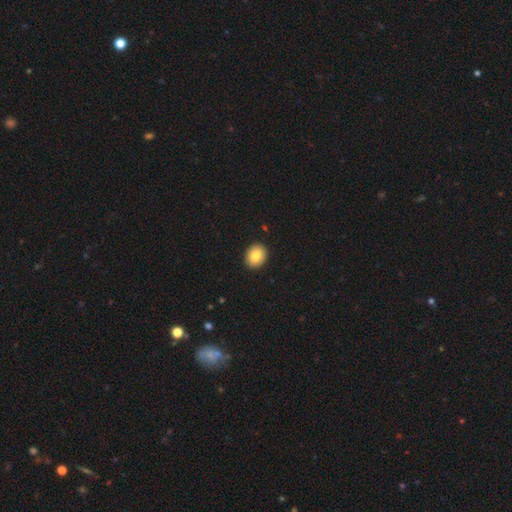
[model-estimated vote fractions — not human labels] smooth-or-featured: smooth: 84% | featured or disk: 8% | star or artifact: 8%
  how-rounded: round: 51% | in between: 48% | cigar-shaped: 1%
  merging: none: 91% | minor disturbance: 6% | major disturbance: 2% | merger: 1%